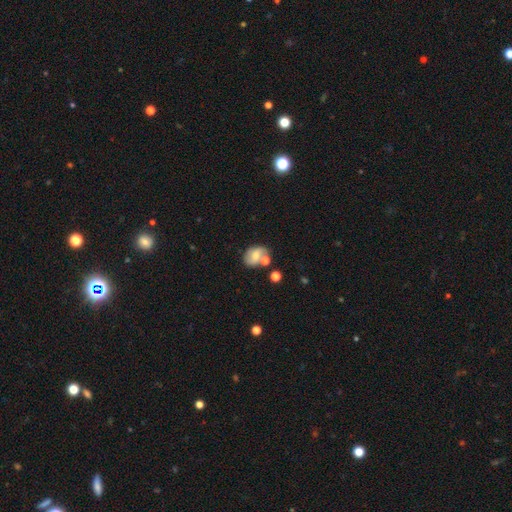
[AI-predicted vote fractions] A smooth galaxy with no disk features (50%) that is in between round and cigar-shaped (63%). Merging: none (49%).